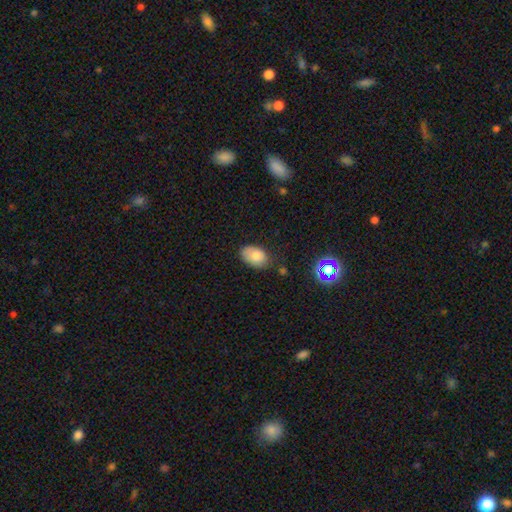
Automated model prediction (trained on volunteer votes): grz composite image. It shows a smooth galaxy with no disk features (78%) that is in between round and cigar-shaped (87%). Merging: none (66%).